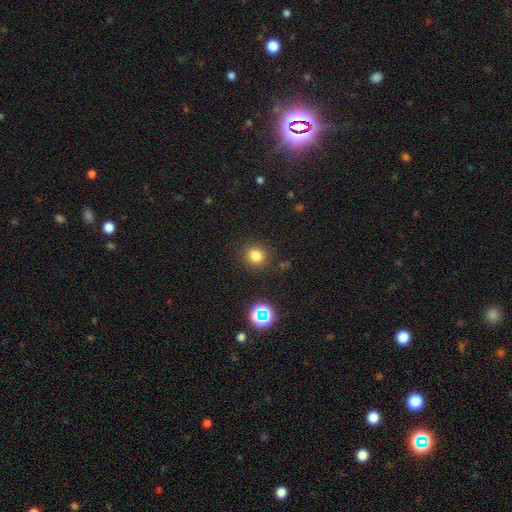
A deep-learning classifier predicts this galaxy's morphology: smooth_or_featured: smooth (p=0.79) [alt: star or artifact p=0.16]
how_rounded: round (p=0.91) [alt: in between p=0.08]
merging: none (p=0.89) [alt: minor disturbance p=0.07]